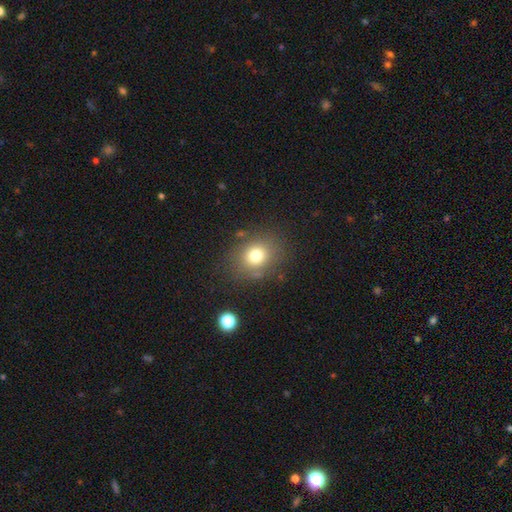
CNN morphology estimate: A smooth galaxy with no disk features (75%) that is round (59%).

Vote fractions:
- Smooth or featured? smooth: 75% / star or artifact: 14% / featured or disk: 12%
- How rounded? round: 59% / in between: 40% / cigar-shaped: 1%
- Merging? none: 78% / minor disturbance: 13% / major disturbance: 6% / merger: 3%